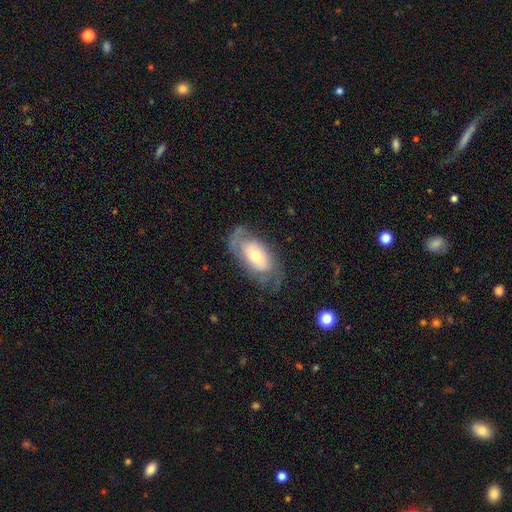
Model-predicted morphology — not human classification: featured or disk 59%, smooth 34%, star or artifact 7%. Down the decision tree: edge-on disk — no (91%); bar — no (71%); spiral arms — yes (69%); bulge size — moderate (59%); merging — none (58%).